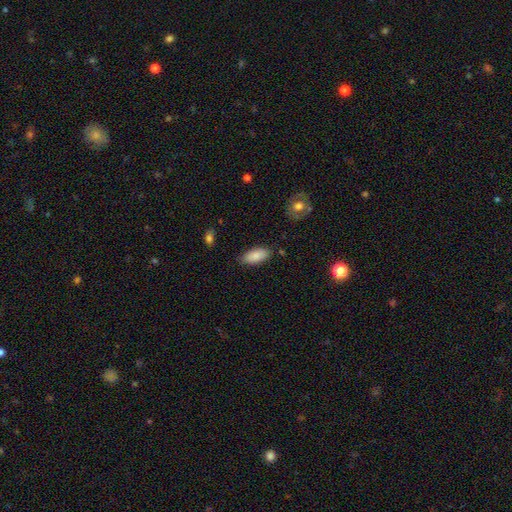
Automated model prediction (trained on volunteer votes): Overall: smooth (87%). How rounded: in between (87%). Merging: none (83%).